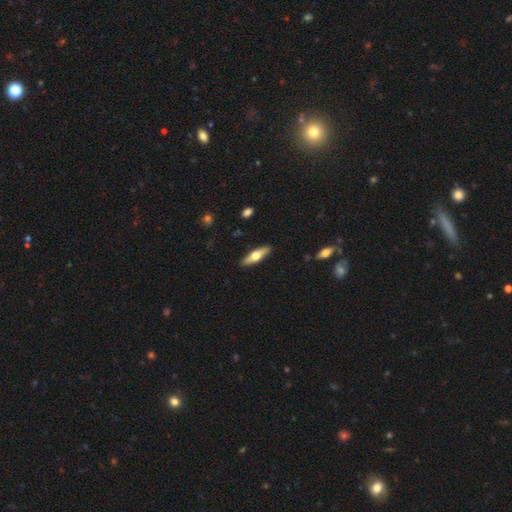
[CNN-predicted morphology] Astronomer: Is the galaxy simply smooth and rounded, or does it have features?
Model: smooth — 50% (runner-up: featured or disk, 45%).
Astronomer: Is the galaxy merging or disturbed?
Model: none — 90%.